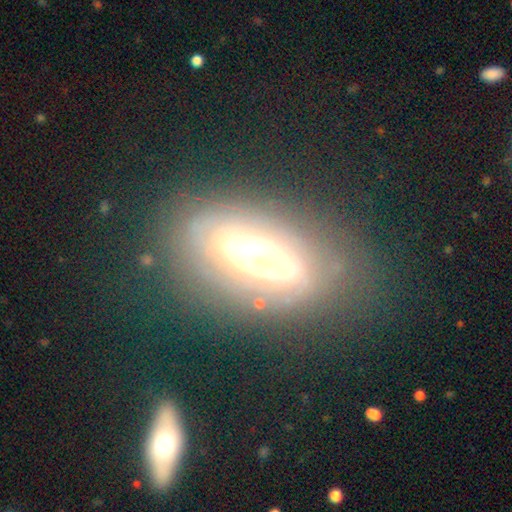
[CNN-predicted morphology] smooth_or_featured: featured or disk (p=0.72) [alt: smooth p=0.20]
disk_edge_on: no (p=0.82) [alt: yes p=0.18]
bar: no (p=0.63) [alt: weak p=0.21]
has_spiral_arms: yes (p=0.62) [alt: no p=0.38]
bulge_size: moderate (p=0.46) [alt: large p=0.36]
merging: none (p=0.71) [alt: minor disturbance p=0.18]